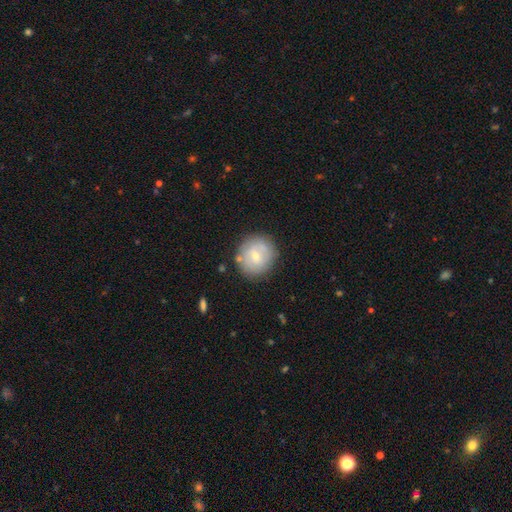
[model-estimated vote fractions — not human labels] A smooth galaxy with no disk features (59%) that is round (87%). Merging: none (79%).